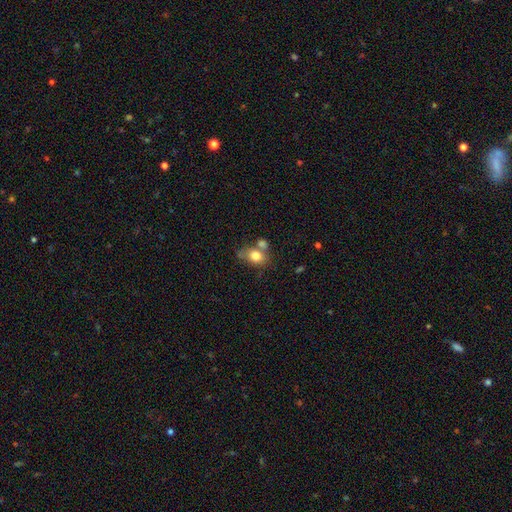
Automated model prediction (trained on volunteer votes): Morphology: type=smooth (78%); roundness=in between (64%); merging=none (44%).